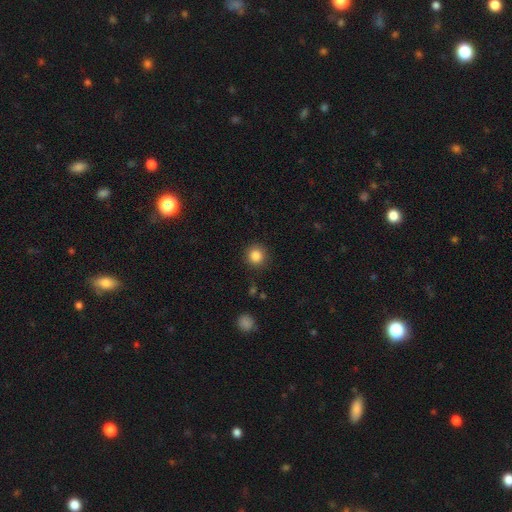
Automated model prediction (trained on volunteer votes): The model was most divided on "smooth or featured": smooth: 86%, star or artifact: 10%, featured or disk: 4%. More confident: how rounded — round (93%); merging — none (89%).